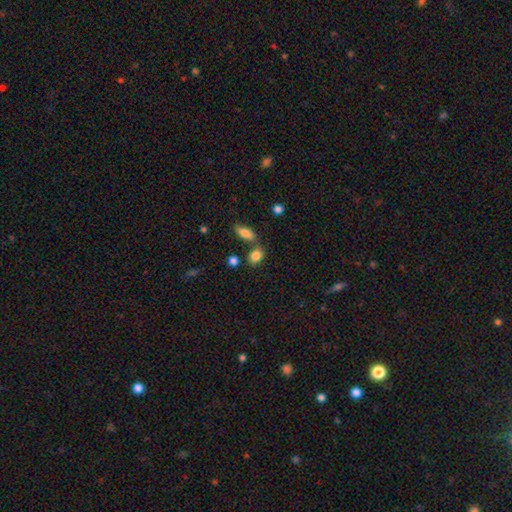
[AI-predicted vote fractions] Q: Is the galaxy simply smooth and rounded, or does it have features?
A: smooth — 84%.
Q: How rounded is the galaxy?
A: in between — 61%.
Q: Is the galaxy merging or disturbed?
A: none — 61%.